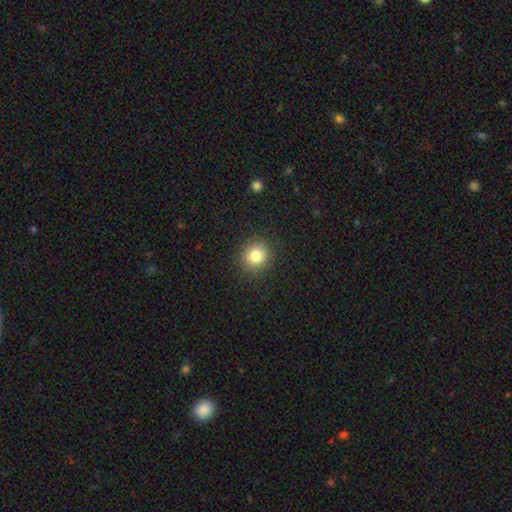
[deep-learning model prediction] This is clearly a smooth galaxy (82%). How rounded: clearly round (80%). Merging: clearly none (89%).